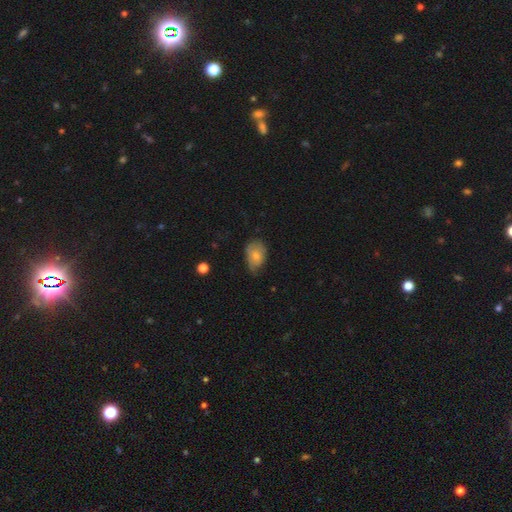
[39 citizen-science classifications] Volunteers were most divided on "merging": minor disturbance: 53%, none: 33%, major disturbance: 11%, merger: 3%. More confident: smooth or featured — smooth (77%); how rounded — in between (73%).